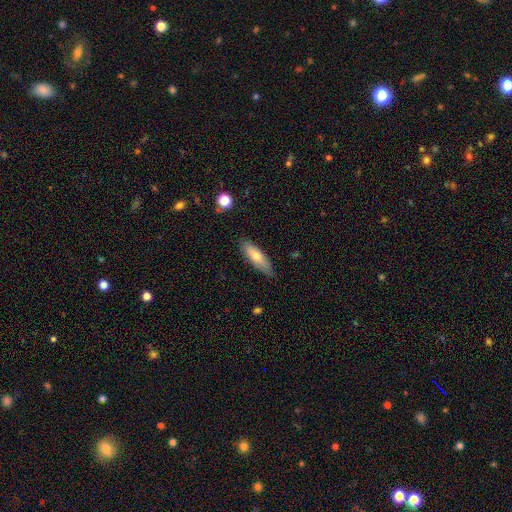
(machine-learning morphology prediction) Smooth or featured: smooth — 70% (featured or disk — 23%)
How rounded: cigar-shaped — 53% (in between — 45%)
Merging: none — 83% (minor disturbance — 13%)